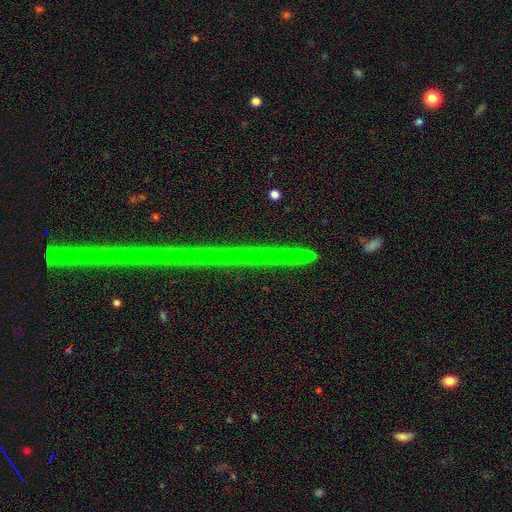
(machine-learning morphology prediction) Smooth or featured? star or artifact (82%)